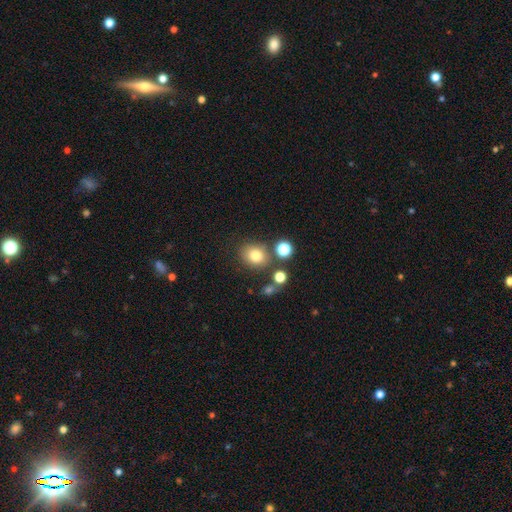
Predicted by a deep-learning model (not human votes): Overall: smooth (78%). How rounded: round (65%; in between 34%). Merging: none (74%).